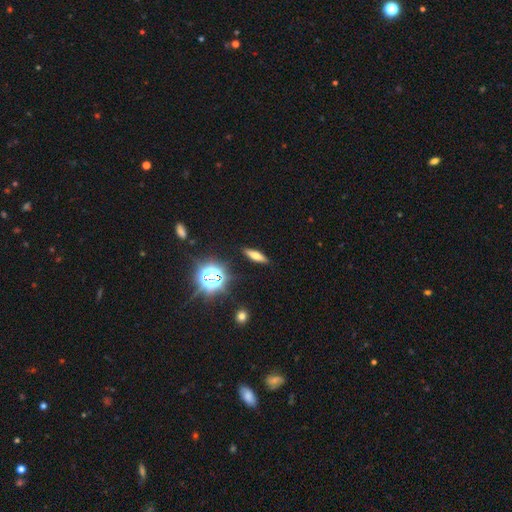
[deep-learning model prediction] A smooth galaxy with no disk features (56%) that is cigar-shaped (63%). Merging: none (89%).